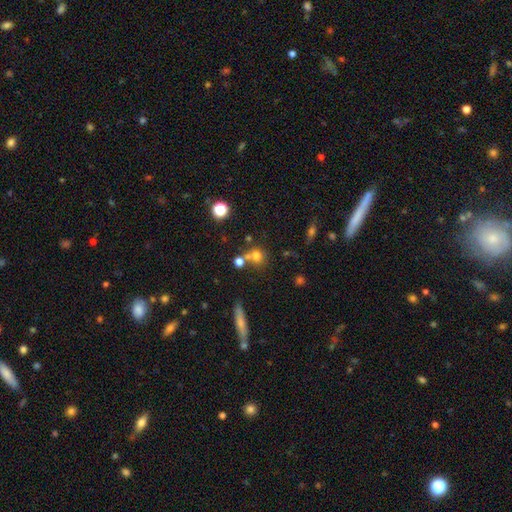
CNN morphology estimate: Q: Smooth or featured?
A: smooth (69%); runner-up: star or artifact (17%)
Q: How rounded?
A: round (81%); runner-up: in between (17%)
Q: Merging?
A: none (48%); runner-up: merger (37%)